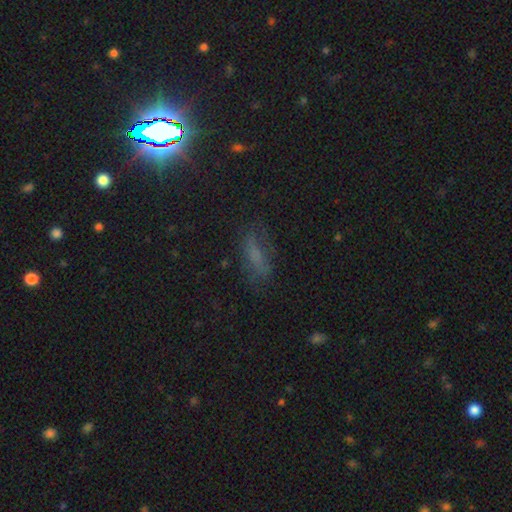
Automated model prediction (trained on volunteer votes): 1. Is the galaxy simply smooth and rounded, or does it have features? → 48% smooth, 29% star or artifact, 24% featured or disk.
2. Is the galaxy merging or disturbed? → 64% none, 21% minor disturbance, 13% major disturbance, 2% merger.